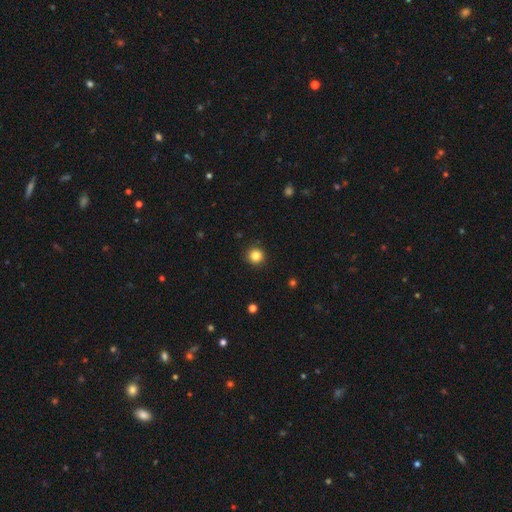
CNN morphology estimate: type=smooth (84%); roundness=round (95%); merging=none (92%).